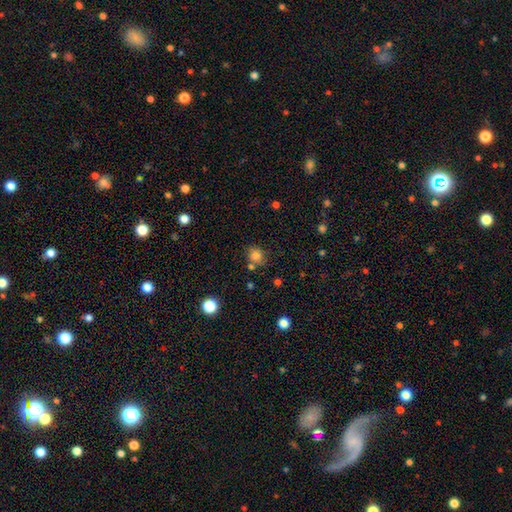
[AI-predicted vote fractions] Morphology: type=smooth (79%); roundness=round (80%); merging=none (67%).